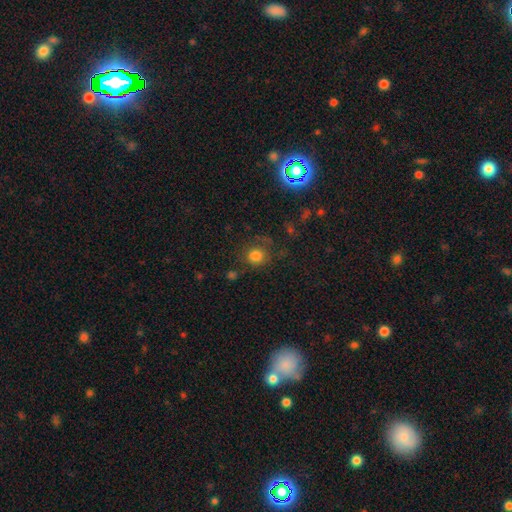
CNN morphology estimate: Smooth or featured?
  - smooth: 78% *
  - star or artifact: 14%
  - featured or disk: 8%
How rounded?
  - round: 86% *
  - in between: 13%
  - cigar-shaped: 1%
Merging?
  - none: 69% *
  - minor disturbance: 16%
  - major disturbance: 10%
  - merger: 5%